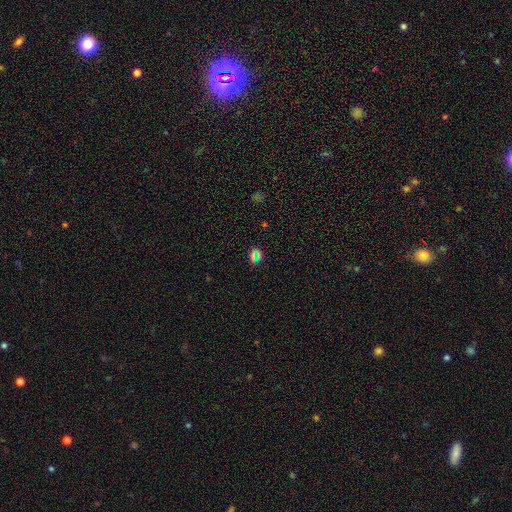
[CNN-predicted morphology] smooth-or-featured: star or artifact: 48% | smooth: 42% | featured or disk: 10%